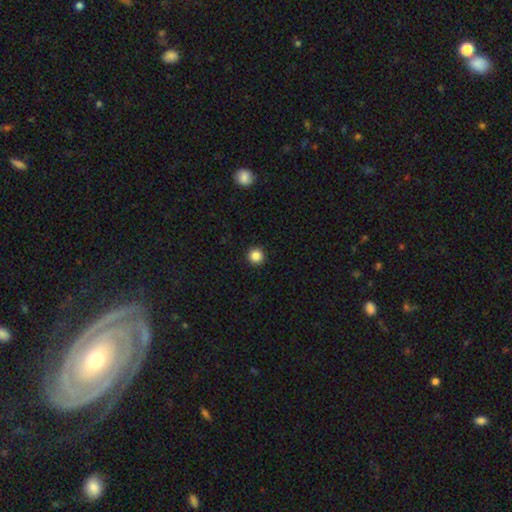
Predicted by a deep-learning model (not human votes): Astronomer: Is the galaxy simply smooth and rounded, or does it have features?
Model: smooth — 85%.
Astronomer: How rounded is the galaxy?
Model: round — 96%.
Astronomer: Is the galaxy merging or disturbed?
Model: none — 94%.